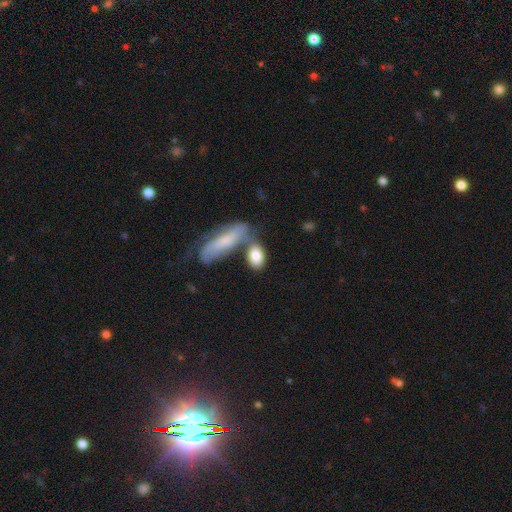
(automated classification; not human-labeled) Smooth or featured? Predicted: smooth (p=0.81). How rounded? Predicted: in between (p=0.84). Merging? Predicted: none (p=0.41).